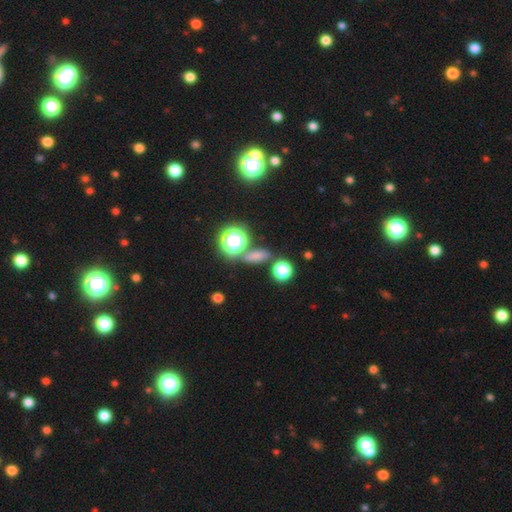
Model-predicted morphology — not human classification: Overall: smooth (62%; star or artifact 27%). How rounded: in between (53%; round 32%). Merging: none (74%).